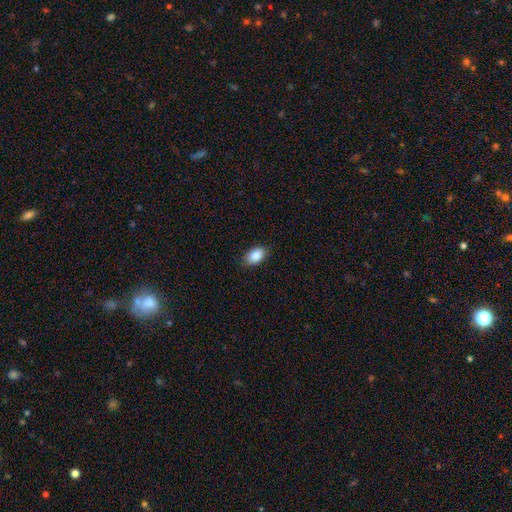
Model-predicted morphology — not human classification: type=smooth (89%); roundness=in between (90%); merging=none (84%).